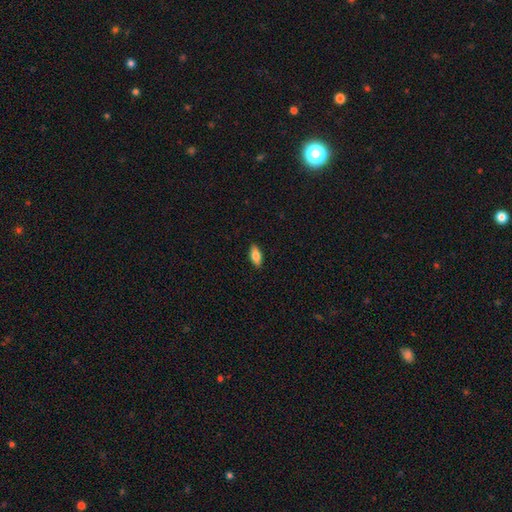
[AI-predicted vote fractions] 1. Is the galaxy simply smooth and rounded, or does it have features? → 82% smooth, 11% featured or disk, 7% star or artifact.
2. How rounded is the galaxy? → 85% in between, 13% cigar-shaped, 3% round.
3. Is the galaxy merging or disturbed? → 89% none, 8% minor disturbance, 2% major disturbance, 1% merger.